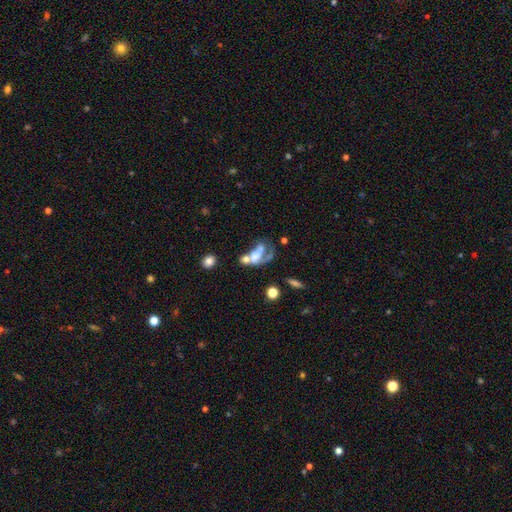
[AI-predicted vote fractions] Overall: featured or disk (49%; smooth 37%). Merging: merger (40%; major disturbance 34%).